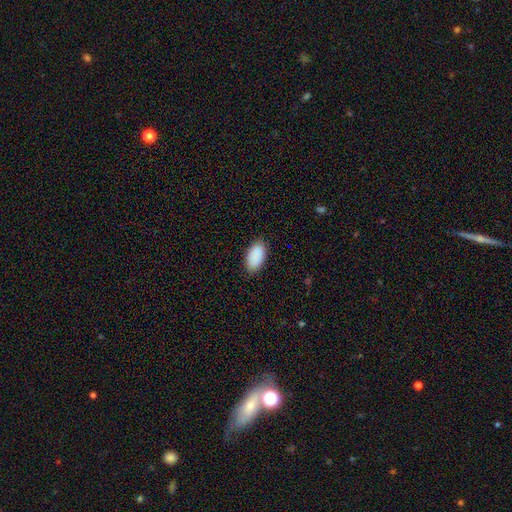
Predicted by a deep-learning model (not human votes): A smooth galaxy with no disk features (91%) that is in between round and cigar-shaped (96%).

Vote fractions:
- Smooth or featured? smooth: 91% / star or artifact: 6% / featured or disk: 3%
- How rounded? in between: 96% / round: 3% / cigar-shaped: 2%
- Merging? none: 85% / minor disturbance: 11% / major disturbance: 2% / merger: 1%